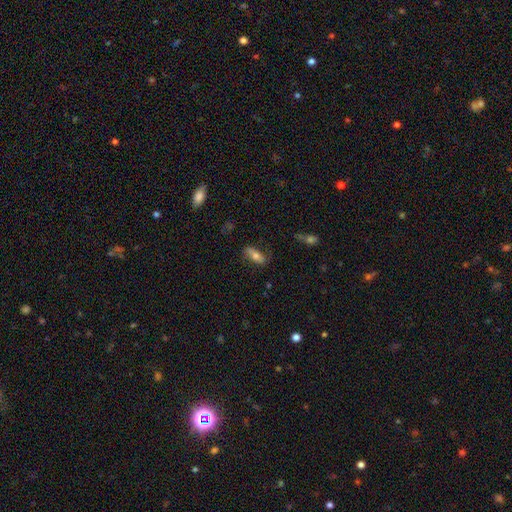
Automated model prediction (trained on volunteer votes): Overall: smooth (60%; featured or disk 33%). How rounded: in between (75%). Merging: none (68%).